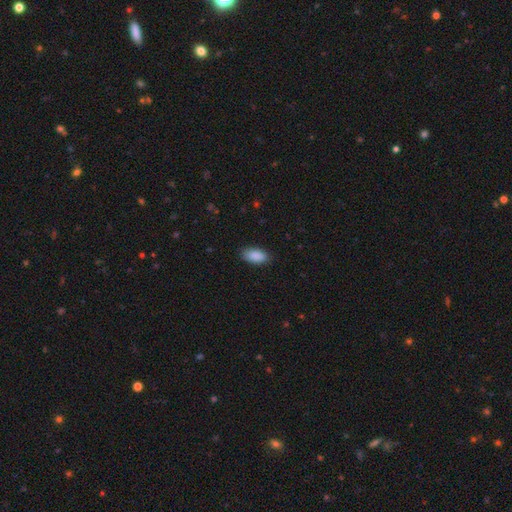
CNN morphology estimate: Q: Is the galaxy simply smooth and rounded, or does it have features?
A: smooth — 90%.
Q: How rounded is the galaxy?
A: in between — 93%.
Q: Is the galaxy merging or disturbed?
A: none — 85%.